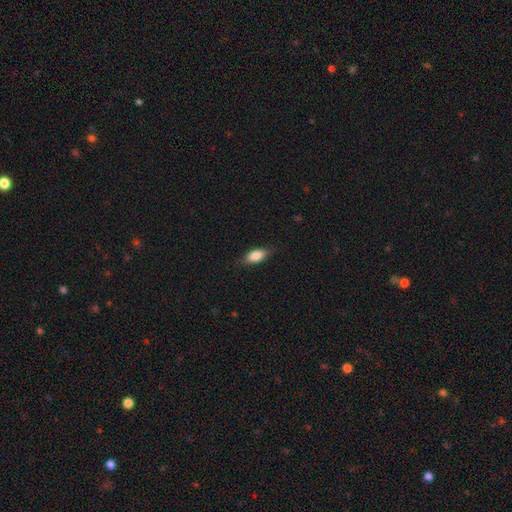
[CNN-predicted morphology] This is clearly a smooth galaxy (81%). How rounded: clearly in between (84%). Merging: clearly none (80%).